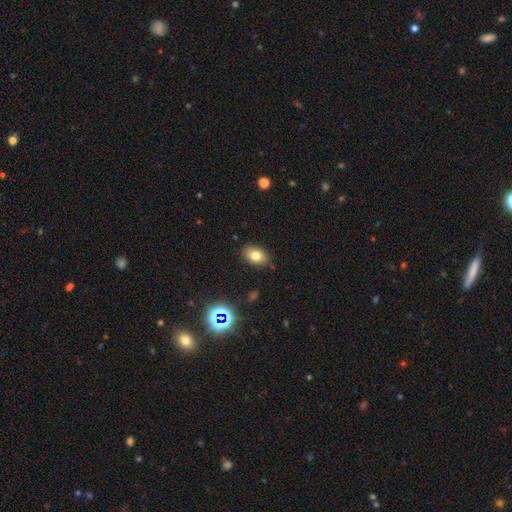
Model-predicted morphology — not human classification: smooth-or-featured: smooth: 76% | star or artifact: 12% | featured or disk: 11%
  how-rounded: in between: 84% | round: 14% | cigar-shaped: 1%
  merging: none: 85% | minor disturbance: 11% | major disturbance: 3% | merger: 2%